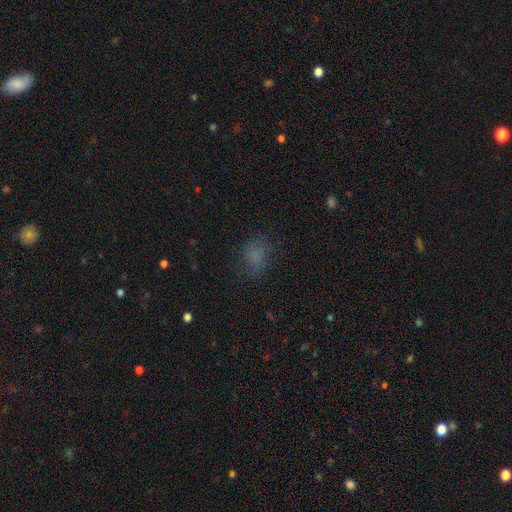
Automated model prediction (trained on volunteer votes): This appears to be a smooth galaxy with no disk features (74%) that is in between round and cigar-shaped (65%). Merging: none (70%).